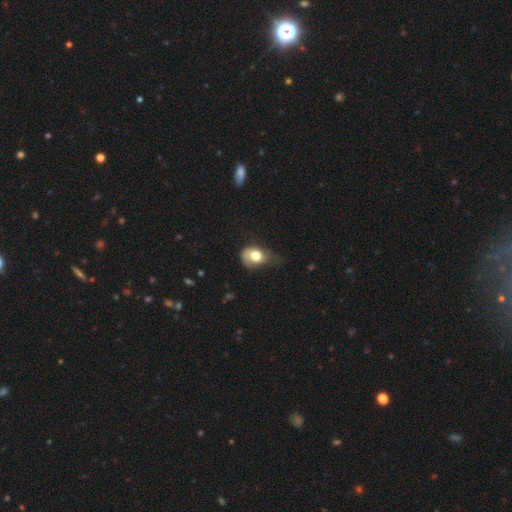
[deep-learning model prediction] A smooth galaxy with no disk features (70%) that is in between round and cigar-shaped (62%).

Vote fractions:
- Smooth or featured? smooth: 70% / featured or disk: 21% / star or artifact: 9%
- How rounded? in between: 62% / round: 37% / cigar-shaped: 1%
- Merging? minor disturbance: 40% / major disturbance: 31% / none: 26% / merger: 3%